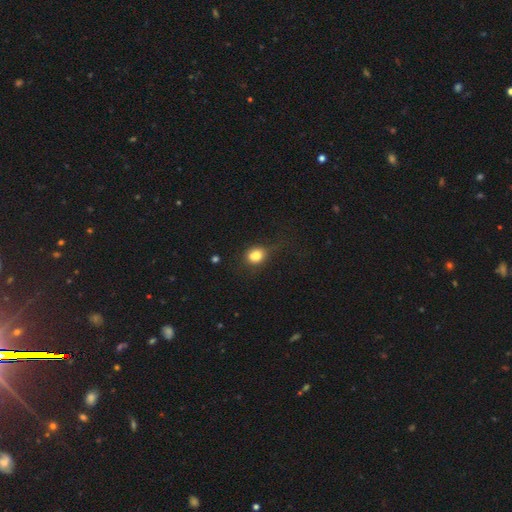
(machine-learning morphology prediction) type=smooth (80%); roundness=round (59%); merging=none (52%).